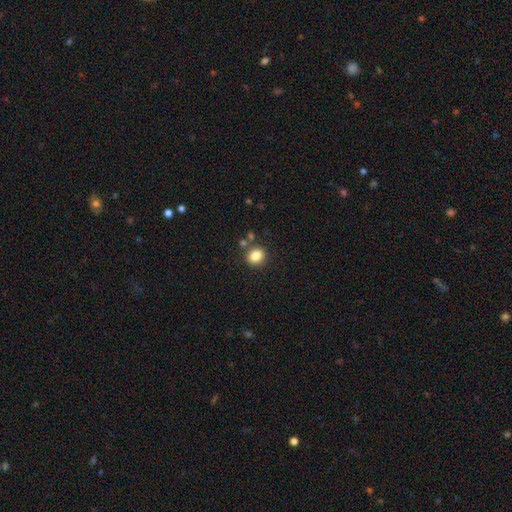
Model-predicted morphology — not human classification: A smooth galaxy with no disk features (83%) that is round (69%).

Vote fractions:
- Smooth or featured? smooth: 83% / star or artifact: 11% / featured or disk: 6%
- How rounded? round: 69% / in between: 30% / cigar-shaped: 1%
- Merging? none: 80% / minor disturbance: 9% / merger: 8% / major disturbance: 3%